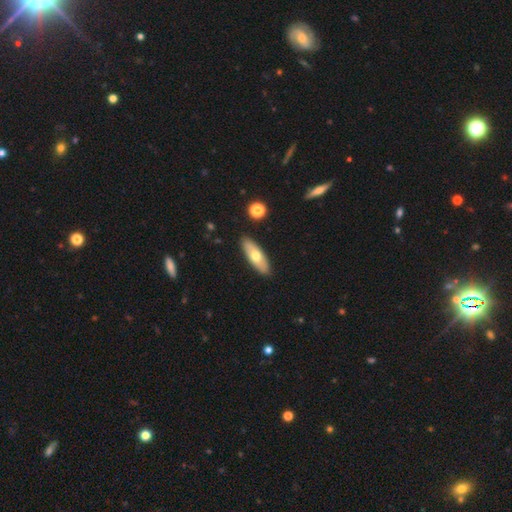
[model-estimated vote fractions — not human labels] Q: Smooth or featured?
A: smooth (63%); runner-up: featured or disk (32%)
Q: How rounded?
A: in between (64%); runner-up: cigar-shaped (34%)
Q: Merging?
A: none (89%); runner-up: minor disturbance (8%)